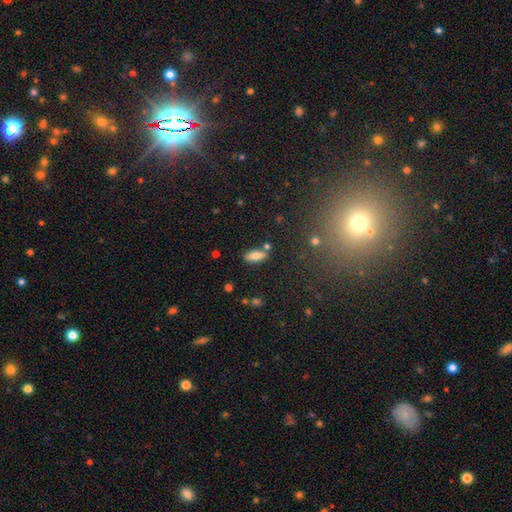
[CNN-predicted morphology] The model was most divided on "how rounded": in between: 78%, cigar-shaped: 19%, round: 3%. More confident: merging — none (77%); smooth or featured — smooth (75%).